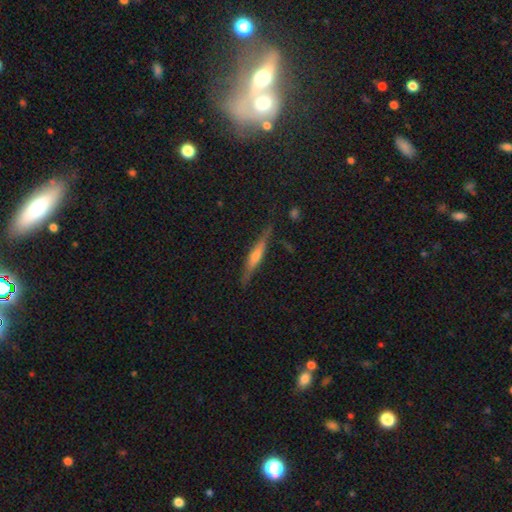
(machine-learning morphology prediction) Smooth or featured: featured or disk — 63% (smooth — 29%)
Edge-on disk: yes — 96% (no — 4%)
Edge-on bulge: rounded — 73% (none — 15%)
Merging: none — 82% (minor disturbance — 13%)